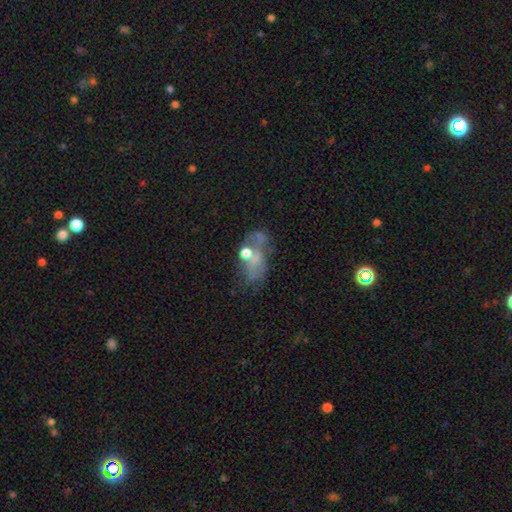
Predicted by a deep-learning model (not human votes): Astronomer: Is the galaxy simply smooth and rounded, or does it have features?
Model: featured or disk — 47% (runner-up: smooth, 34%).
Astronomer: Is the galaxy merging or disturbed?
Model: none — 33% (runner-up: major disturbance, 28%).